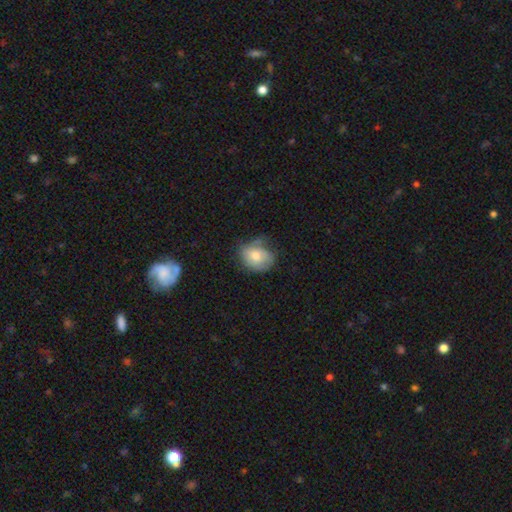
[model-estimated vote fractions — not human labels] Smooth or featured: smooth — 67% (featured or disk — 25%)
How rounded: in between — 53% (round — 46%)
Merging: none — 50% (minor disturbance — 34%)